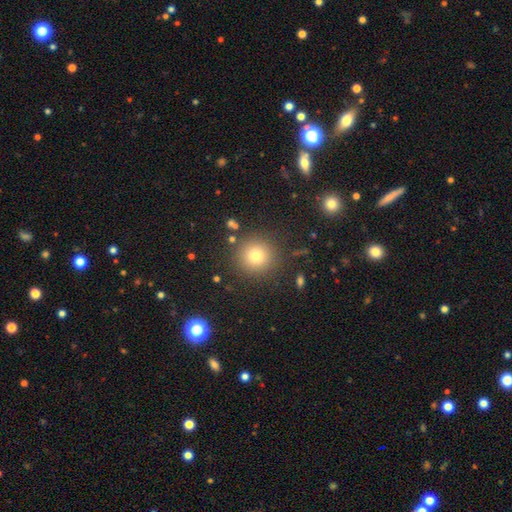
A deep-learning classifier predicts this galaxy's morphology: Smooth or featured: smooth — 77% (star or artifact — 14%)
How rounded: round — 94% (in between — 5%)
Merging: none — 88% (minor disturbance — 7%)